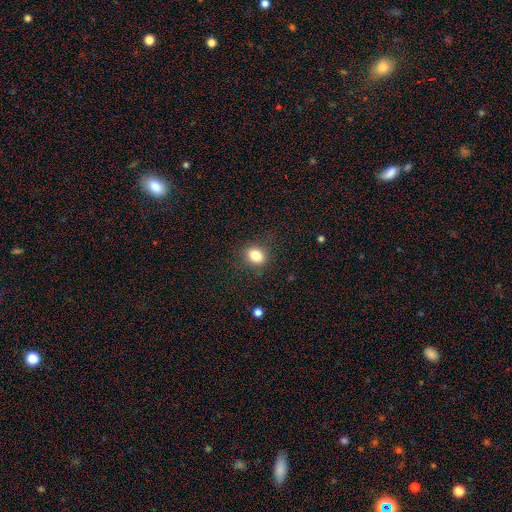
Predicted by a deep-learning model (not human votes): smooth-or-featured: smooth: 83% | star or artifact: 11% | featured or disk: 7%
  how-rounded: in between: 53% | round: 46% | cigar-shaped: 1%
  merging: none: 85% | minor disturbance: 11% | major disturbance: 3% | merger: 1%